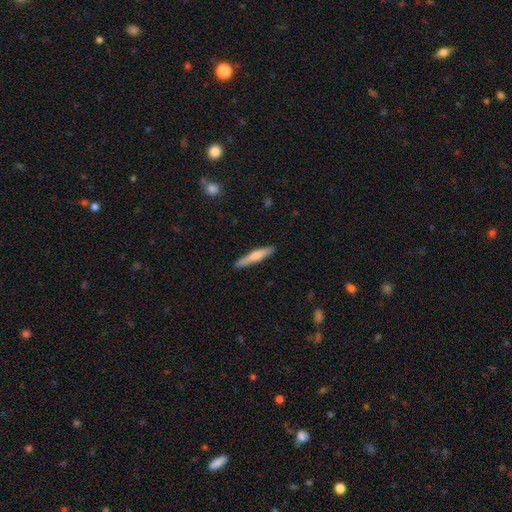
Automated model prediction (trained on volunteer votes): This appears to be a smooth galaxy with no disk features (59%) that is cigar-shaped (91%). Merging: none (90%).